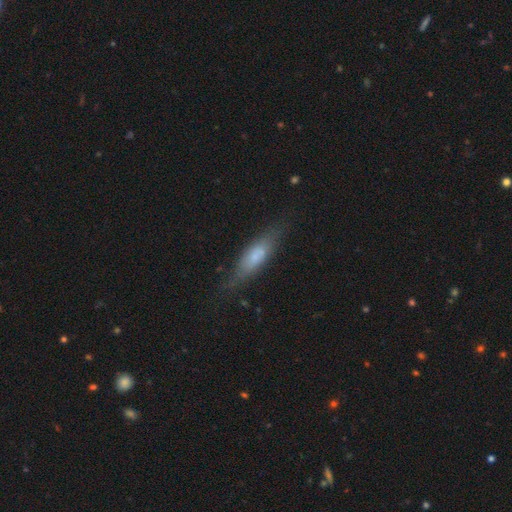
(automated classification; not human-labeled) A smooth galaxy with no disk features (60%) that is cigar-shaped (55%). Merging: none (70%).